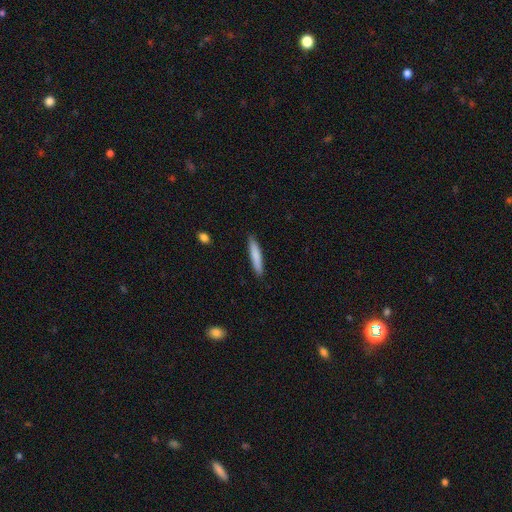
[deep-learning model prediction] Smooth or featured: smooth — 81% (featured or disk — 13%)
How rounded: cigar-shaped — 90% (in between — 9%)
Merging: none — 89% (minor disturbance — 8%)